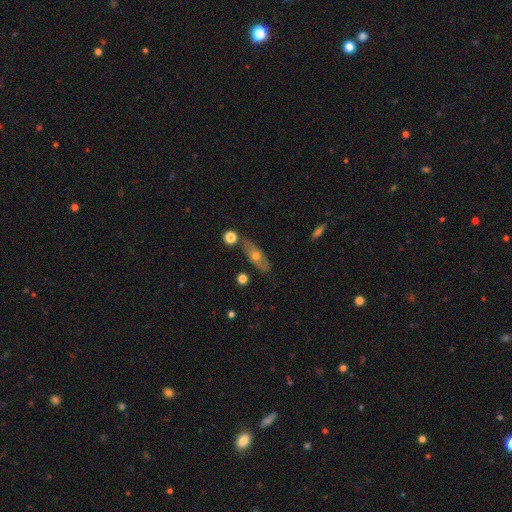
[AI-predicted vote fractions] Smooth or featured? Predicted: featured or disk (p=0.51). Edge-on disk? Predicted: no (p=0.57). Merging? Predicted: none (p=0.75).